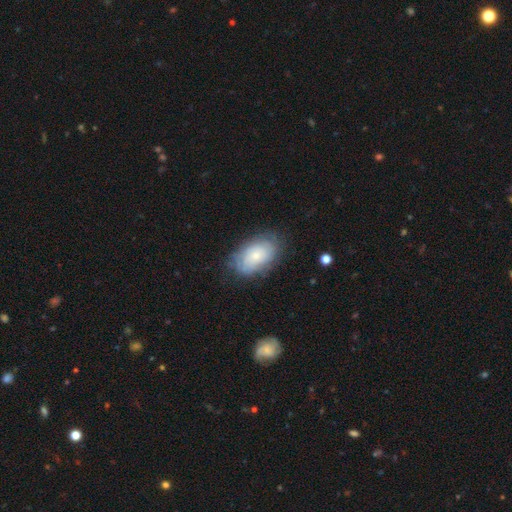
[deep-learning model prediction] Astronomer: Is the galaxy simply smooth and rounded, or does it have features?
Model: smooth — 53% (runner-up: featured or disk, 39%).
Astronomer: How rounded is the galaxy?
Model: in between — 90%.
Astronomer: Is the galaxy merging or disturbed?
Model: none — 72%.